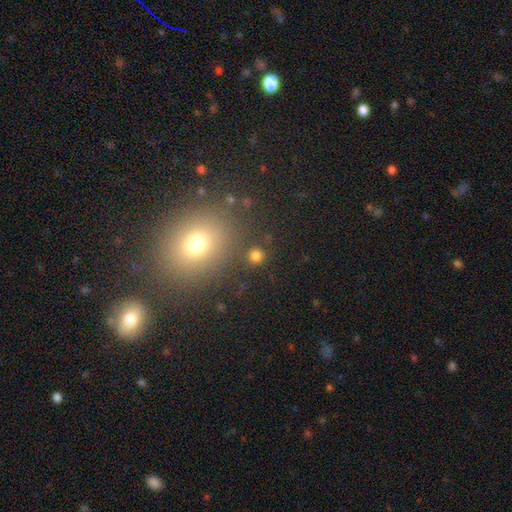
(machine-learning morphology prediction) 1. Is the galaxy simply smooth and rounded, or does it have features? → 79% smooth, 16% star or artifact, 5% featured or disk.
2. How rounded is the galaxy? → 92% round, 7% in between, 1% cigar-shaped.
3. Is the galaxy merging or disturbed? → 87% none, 6% minor disturbance, 5% merger, 3% major disturbance.